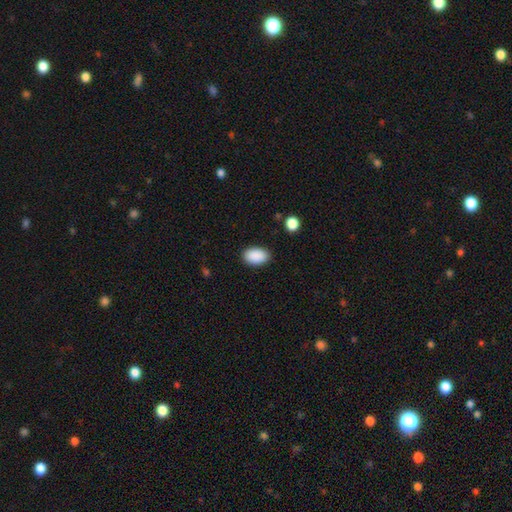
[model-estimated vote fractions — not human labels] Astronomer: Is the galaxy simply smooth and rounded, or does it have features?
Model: smooth — 90%.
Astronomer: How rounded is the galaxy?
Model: in between — 91%.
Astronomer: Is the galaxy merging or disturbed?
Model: none — 88%.